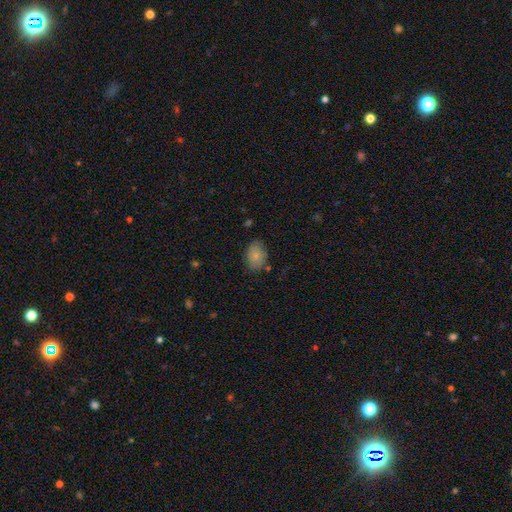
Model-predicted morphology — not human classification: The model was most divided on "how rounded": in between: 80%, round: 19%, cigar-shaped: 1%. More confident: smooth or featured — smooth (81%); merging — none (78%).